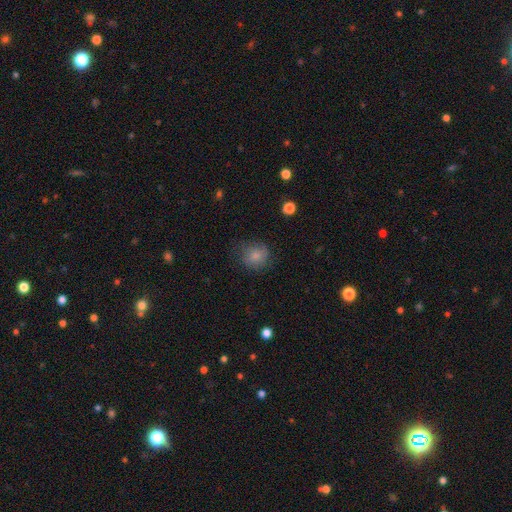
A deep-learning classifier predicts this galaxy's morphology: This appears to be a smooth galaxy with no disk features (81%) that is round (81%). Merging: none (70%).